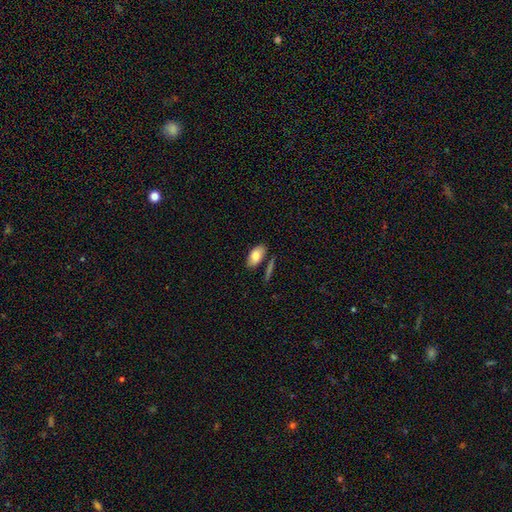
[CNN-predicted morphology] Smooth or featured?
  - smooth: 82% *
  - featured or disk: 11%
  - star or artifact: 6%
How rounded?
  - in between: 92% *
  - cigar-shaped: 5%
  - round: 3%
Merging?
  - none: 73% *
  - minor disturbance: 15%
  - merger: 8%
  - major disturbance: 4%